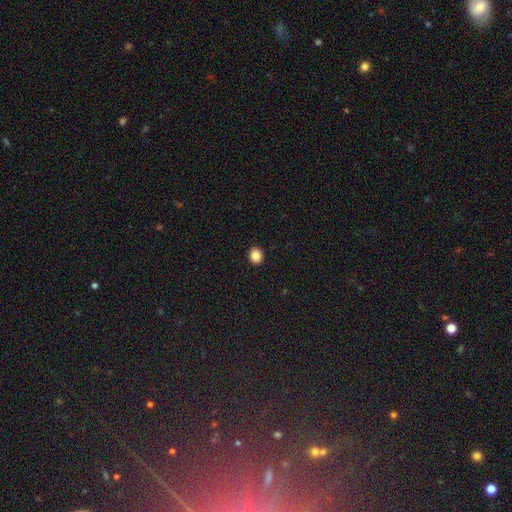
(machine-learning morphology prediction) Smooth or featured? Predicted: smooth (p=0.85). How rounded? Predicted: round (p=0.75). Merging? Predicted: none (p=0.93).